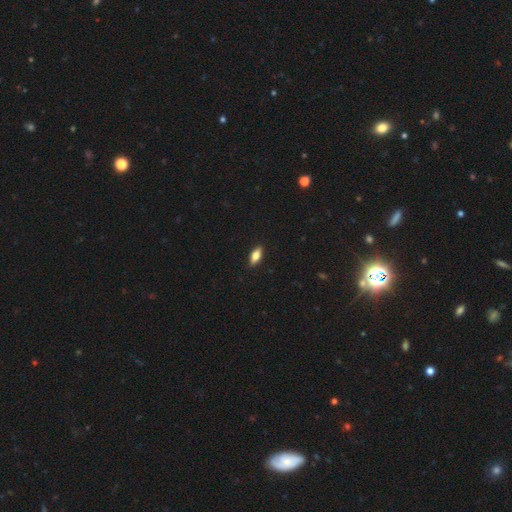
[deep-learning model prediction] This is likely a smooth galaxy (70%). How rounded: likely in between (78%). Merging: clearly none (90%).